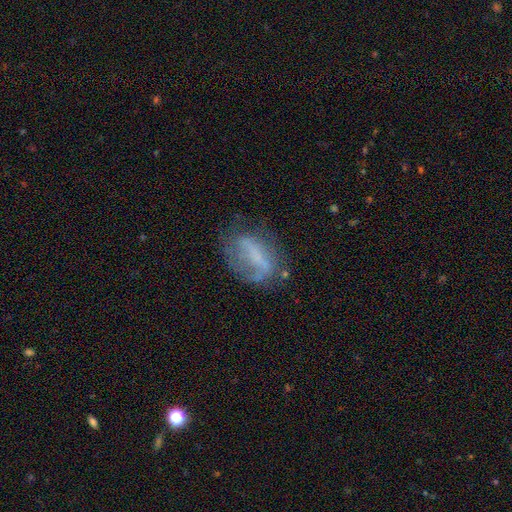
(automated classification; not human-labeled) Overall: featured or disk (49%; smooth 39%). Merging: none (49%; minor disturbance 26%).